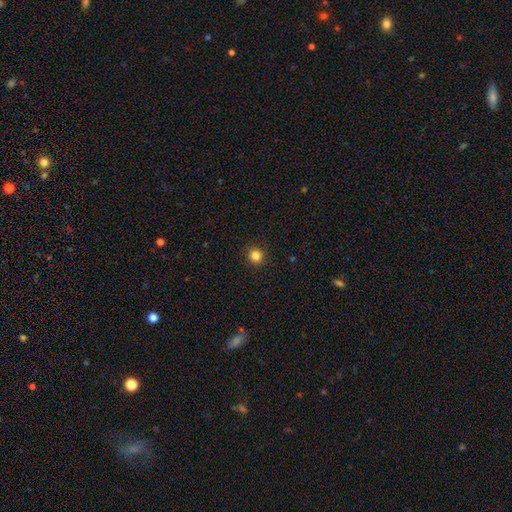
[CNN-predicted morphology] A smooth galaxy with no disk features (84%) that is round (92%).

Vote fractions:
- Smooth or featured? smooth: 84% / star or artifact: 12% / featured or disk: 4%
- How rounded? round: 92% / in between: 7% / cigar-shaped: 1%
- Merging? none: 92% / minor disturbance: 5% / major disturbance: 2% / merger: 1%